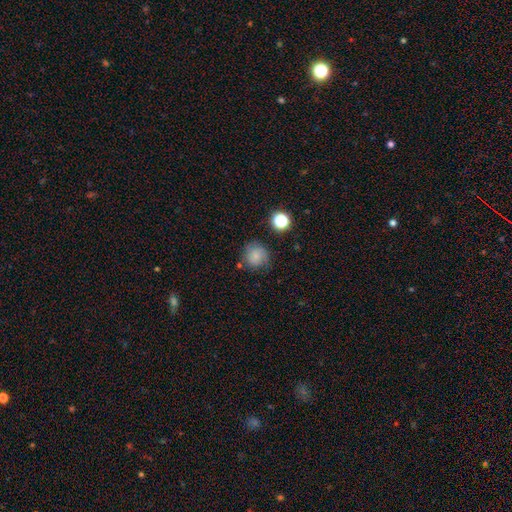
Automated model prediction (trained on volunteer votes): Morphology: type=smooth (74%); roundness=round (87%); merging=none (70%).